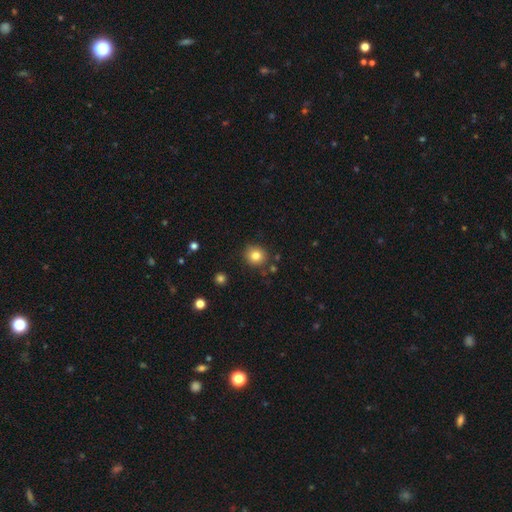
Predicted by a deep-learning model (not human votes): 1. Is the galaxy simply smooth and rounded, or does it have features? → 81% smooth, 11% star or artifact, 7% featured or disk.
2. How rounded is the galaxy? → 87% round, 12% in between, 1% cigar-shaped.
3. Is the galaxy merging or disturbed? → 85% none, 9% minor disturbance, 3% merger, 2% major disturbance.